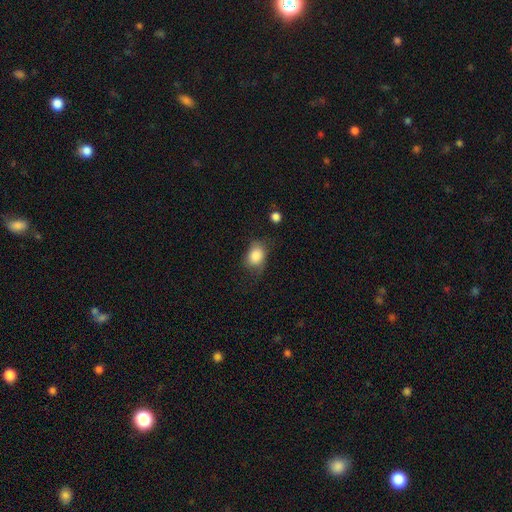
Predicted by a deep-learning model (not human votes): This appears to be a smooth galaxy with no disk features (84%) that is in between round and cigar-shaped (65%). Merging: none (56%).